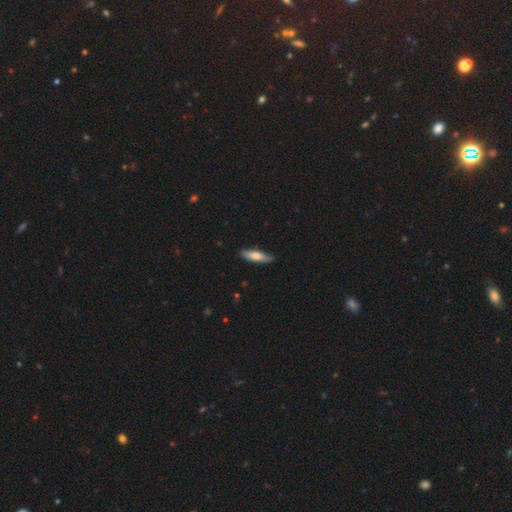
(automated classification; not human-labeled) Smooth or featured? Predicted: smooth (p=0.66). How rounded? Predicted: cigar-shaped (p=0.65). Merging? Predicted: none (p=0.86).